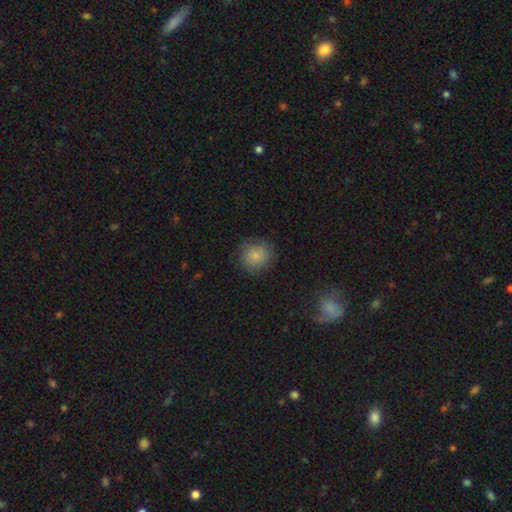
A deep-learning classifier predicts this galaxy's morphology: smooth_or_featured: smooth (p=0.81) [alt: featured or disk p=0.10]
how_rounded: round (p=0.89) [alt: in between p=0.10]
merging: none (p=0.80) [alt: minor disturbance p=0.14]